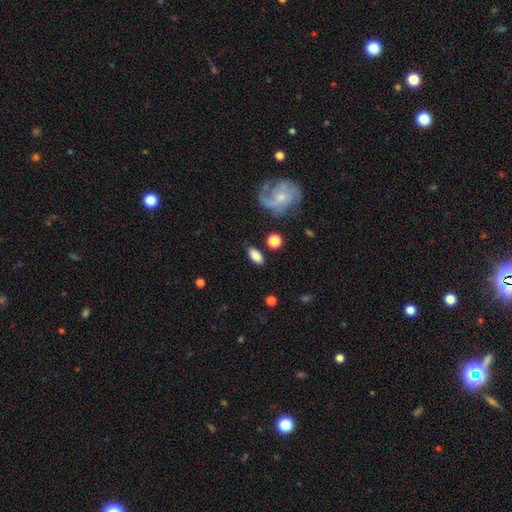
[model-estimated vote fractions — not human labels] Q: Smooth or featured?
A: smooth (80%); runner-up: featured or disk (12%)
Q: How rounded?
A: in between (87%); runner-up: cigar-shaped (7%)
Q: Merging?
A: none (80%); runner-up: minor disturbance (12%)